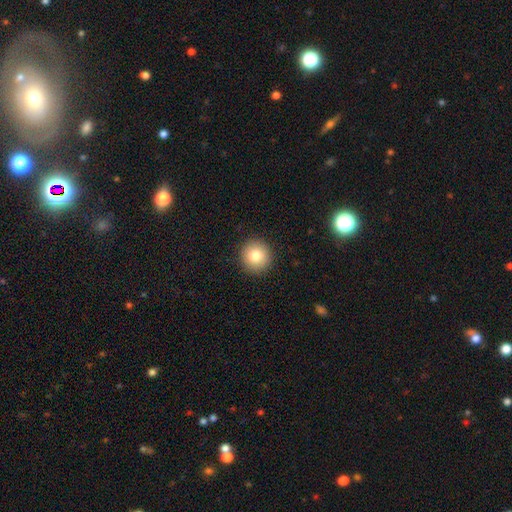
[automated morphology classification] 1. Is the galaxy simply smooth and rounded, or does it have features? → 81% smooth, 10% star or artifact, 10% featured or disk.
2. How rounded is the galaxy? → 94% round, 5% in between, 1% cigar-shaped.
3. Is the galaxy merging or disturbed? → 92% none, 5% minor disturbance, 2% major disturbance, 1% merger.